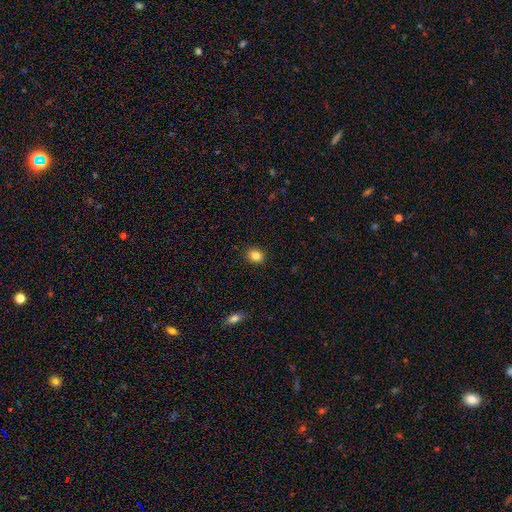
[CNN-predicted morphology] smooth_or_featured: smooth (p=0.84) [alt: star or artifact p=0.10]
how_rounded: round (p=0.52) [alt: in between p=0.47]
merging: none (p=0.90) [alt: minor disturbance p=0.07]